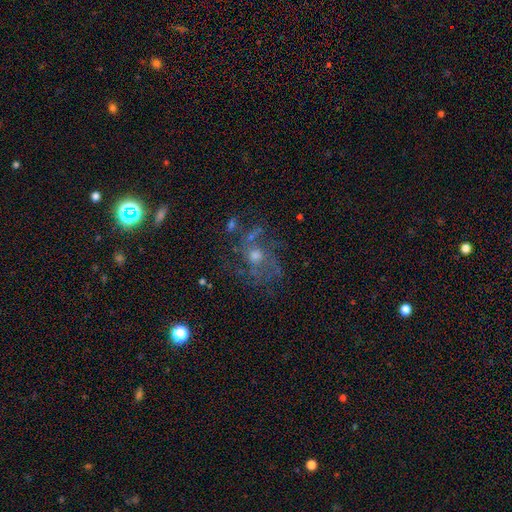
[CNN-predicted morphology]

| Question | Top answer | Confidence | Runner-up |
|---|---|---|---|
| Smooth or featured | featured or disk | 62% | star or artifact (20%) |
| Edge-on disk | no | 97% | yes (3%) |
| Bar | no | 81% | weak (16%) |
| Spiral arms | yes | 68% | no (32%) |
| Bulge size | moderate | 56% | small (30%) |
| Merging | none | 58% | major disturbance (21%) |